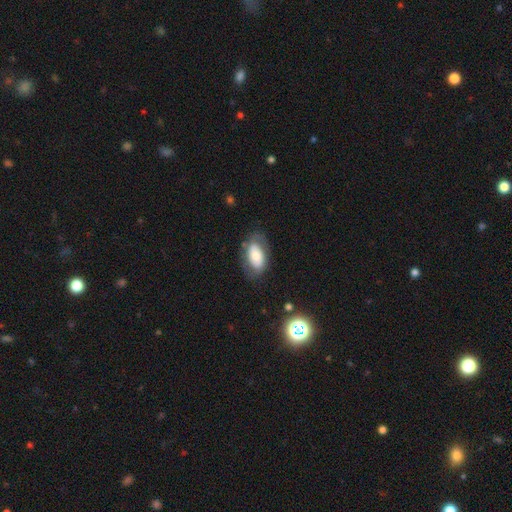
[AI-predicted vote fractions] Morphology: type=smooth (64%); roundness=in between (92%); merging=none (68%).